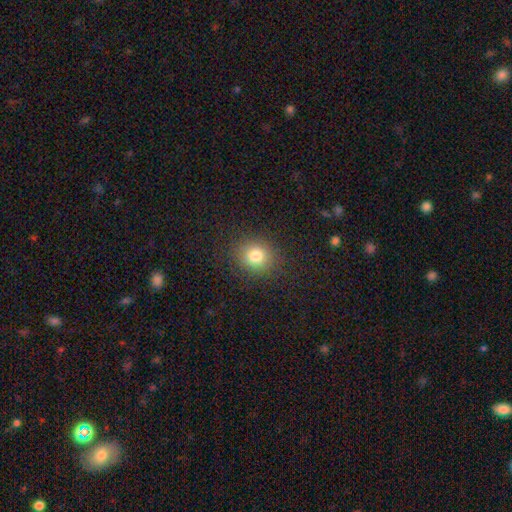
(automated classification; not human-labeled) A smooth galaxy with no disk features (80%) that is round (78%). Merging: none (87%).